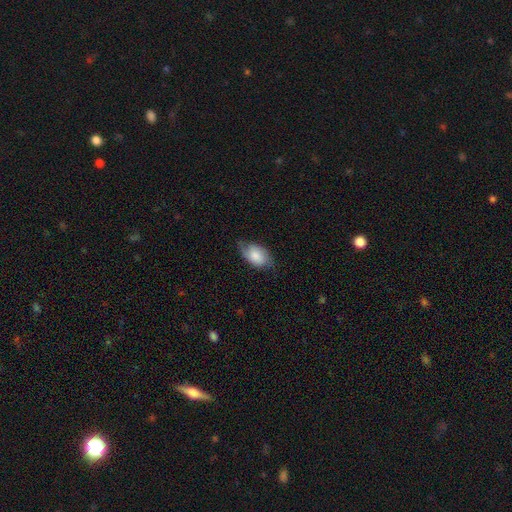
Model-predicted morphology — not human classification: Q: Smooth or featured?
A: smooth (69%); runner-up: featured or disk (24%)
Q: How rounded?
A: in between (91%); runner-up: round (8%)
Q: Merging?
A: none (63%); runner-up: minor disturbance (29%)